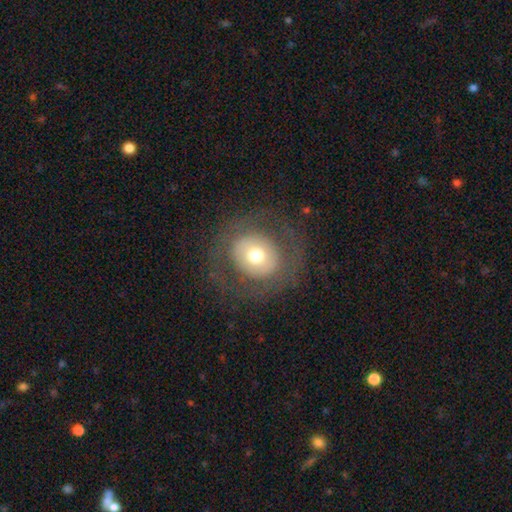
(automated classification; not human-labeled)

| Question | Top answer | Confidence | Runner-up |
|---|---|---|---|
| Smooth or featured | smooth | 53% | featured or disk (37%) |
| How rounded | round | 80% | in between (19%) |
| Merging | none | 77% | minor disturbance (11%) |